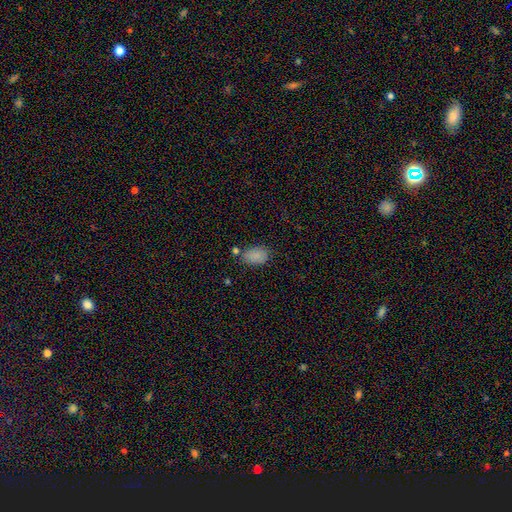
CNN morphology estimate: This appears to be a smooth galaxy with no disk features (85%) that is in between round and cigar-shaped (87%). Merging: none (68%).